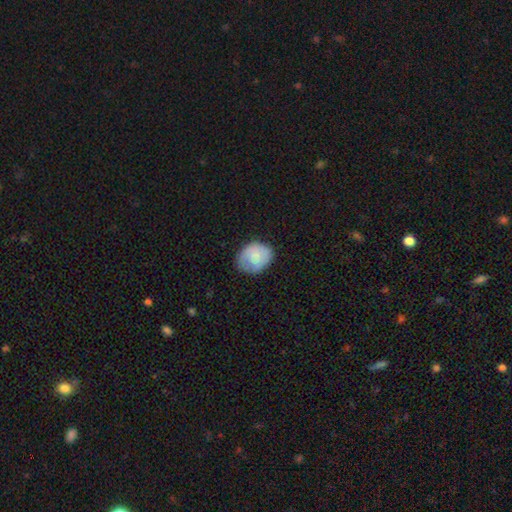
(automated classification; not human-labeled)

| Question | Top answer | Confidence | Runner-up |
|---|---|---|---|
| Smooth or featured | smooth | 76% | featured or disk (17%) |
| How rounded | round | 50% | in between (49%) |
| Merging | none | 59% | minor disturbance (30%) |